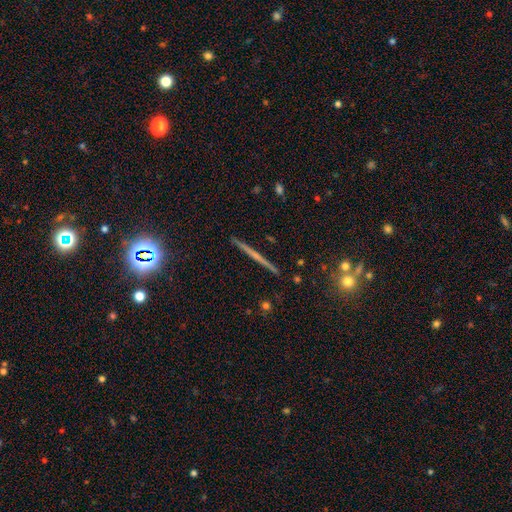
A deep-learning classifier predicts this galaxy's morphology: This appears to be a featured or disk galaxy (59%) viewed edge-on (98%) with no central bulge (71%). Merging: none (92%).